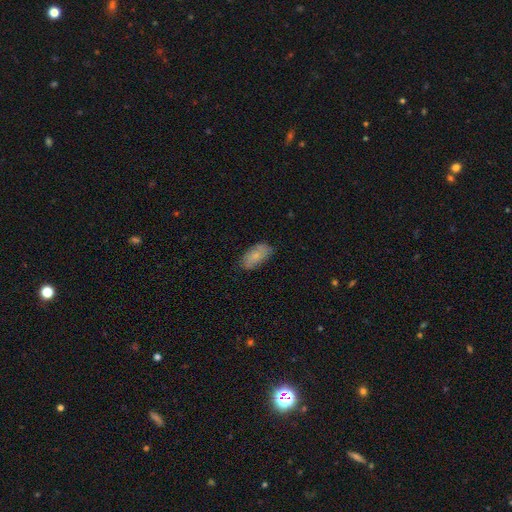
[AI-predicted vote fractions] Q: Smooth or featured?
A: smooth (72%); runner-up: featured or disk (21%)
Q: How rounded?
A: in between (92%); runner-up: cigar-shaped (5%)
Q: Merging?
A: none (76%); runner-up: minor disturbance (19%)